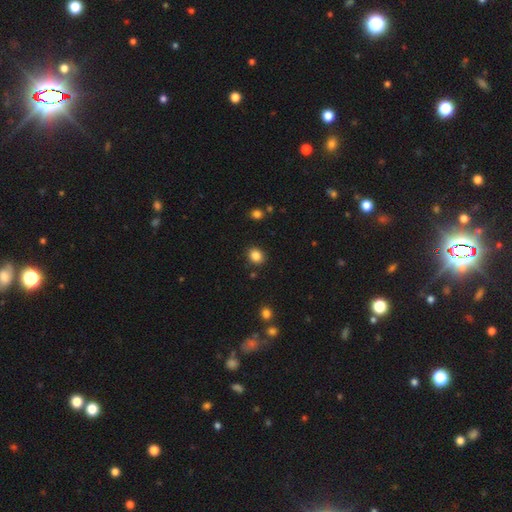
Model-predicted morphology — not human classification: This appears to be a smooth galaxy with no disk features (85%) that is round (69%). Merging: none (89%).